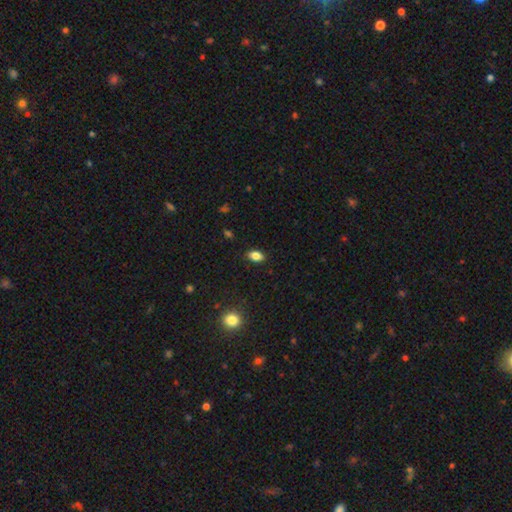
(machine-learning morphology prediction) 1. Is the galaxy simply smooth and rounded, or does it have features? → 81% smooth, 10% star or artifact, 9% featured or disk.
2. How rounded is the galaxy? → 86% in between, 10% round, 3% cigar-shaped.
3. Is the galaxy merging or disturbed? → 86% none, 10% minor disturbance, 2% major disturbance, 1% merger.